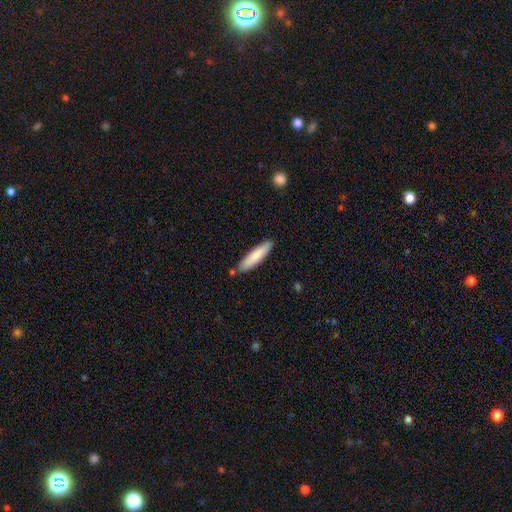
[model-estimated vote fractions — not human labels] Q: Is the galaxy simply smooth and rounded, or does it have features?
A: smooth — 81%.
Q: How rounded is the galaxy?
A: cigar-shaped — 79%.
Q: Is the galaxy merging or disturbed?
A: none — 82%.